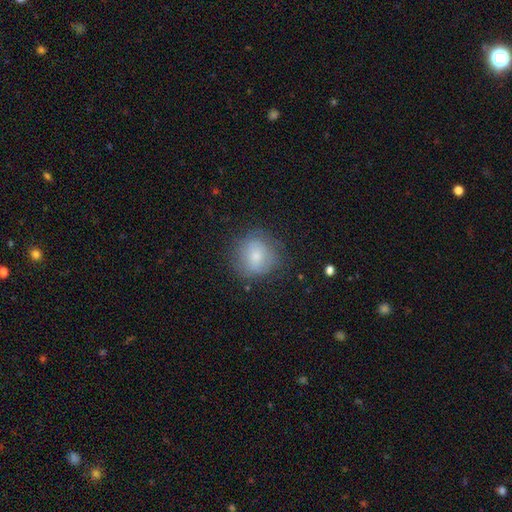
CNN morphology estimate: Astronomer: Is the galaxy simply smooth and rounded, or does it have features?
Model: smooth — 67%.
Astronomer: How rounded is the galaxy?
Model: round — 84%.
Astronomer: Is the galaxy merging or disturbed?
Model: none — 77%.